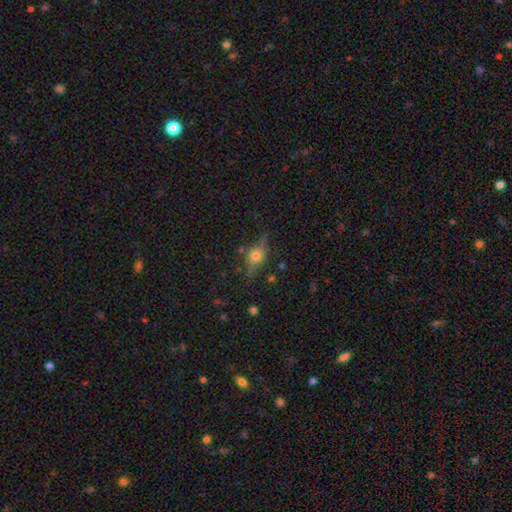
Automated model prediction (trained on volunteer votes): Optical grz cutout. It shows a featured or disk galaxy (59%) viewed edge-on (91%) with a rounded central bulge (94%). Merging: none (79%).